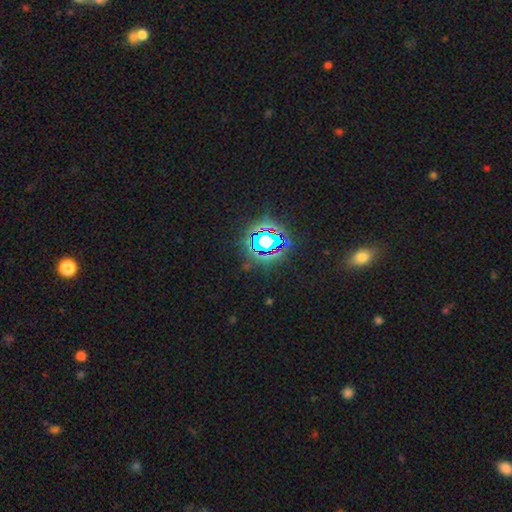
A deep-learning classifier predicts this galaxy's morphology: smooth_or_featured: star or artifact (p=0.78) [alt: smooth p=0.13]